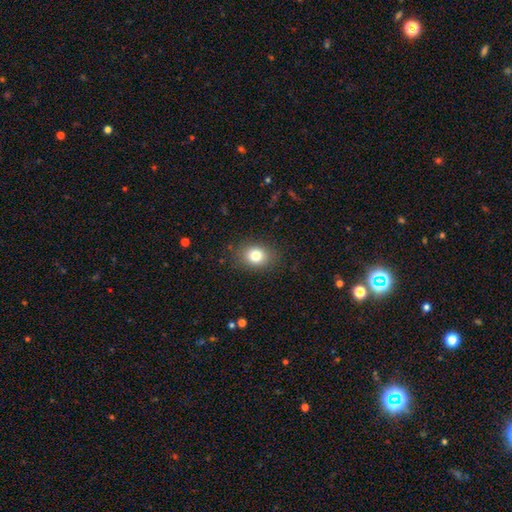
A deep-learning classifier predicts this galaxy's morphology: Smooth or featured? Predicted: smooth (p=0.80). How rounded? Predicted: round (p=0.50). Merging? Predicted: none (p=0.86).